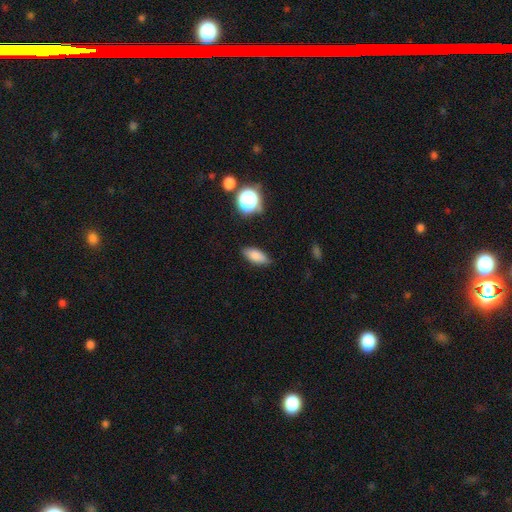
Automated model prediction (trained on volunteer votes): Overall: smooth (82%). How rounded: in between (81%). Merging: none (83%).